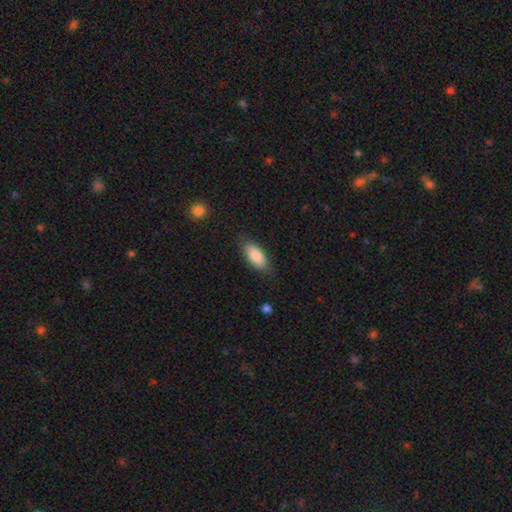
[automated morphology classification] smooth 84%, featured or disk 10%, star or artifact 6%. Down the decision tree: how rounded — in between (85%); merging — none (79%).